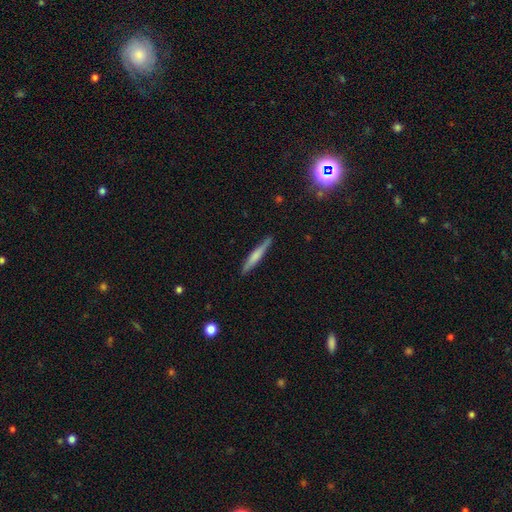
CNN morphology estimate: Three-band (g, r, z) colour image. It shows a smooth galaxy with no disk features (54%) that is cigar-shaped (94%). Merging: none (89%).